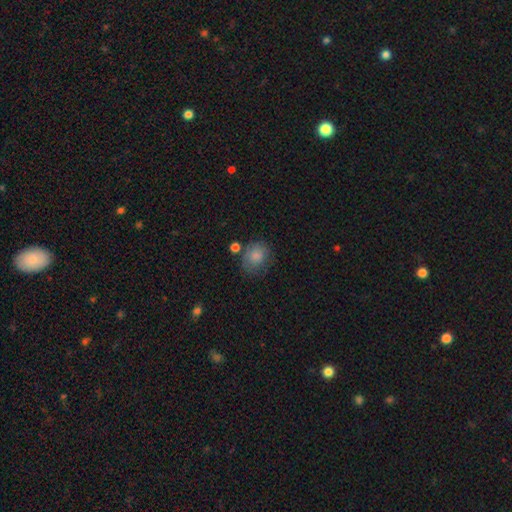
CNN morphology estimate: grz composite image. It shows a smooth galaxy with no disk features (82%) that is round (62%). Merging: none (62%).